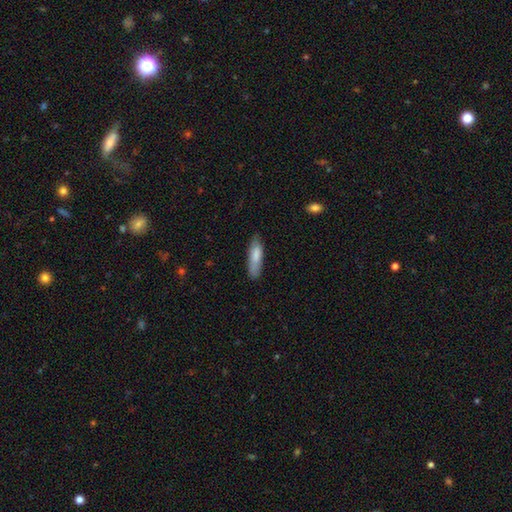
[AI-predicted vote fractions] Smooth or featured?
  - smooth: 81% *
  - featured or disk: 14%
  - star or artifact: 6%
How rounded?
  - cigar-shaped: 59% *
  - in between: 40%
  - round: 1%
Merging?
  - none: 76% *
  - minor disturbance: 19%
  - major disturbance: 4%
  - merger: 1%